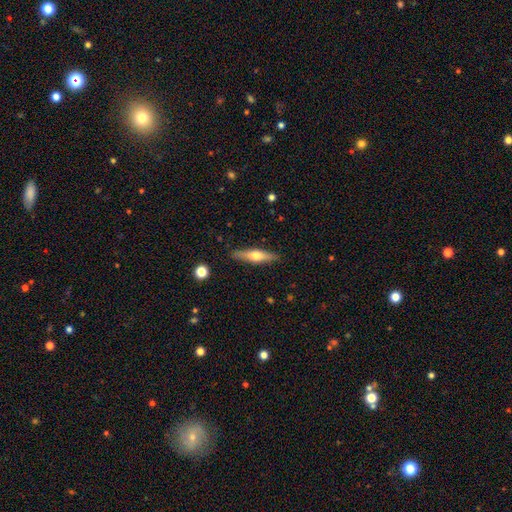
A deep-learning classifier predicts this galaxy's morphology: featured or disk 52%, smooth 42%, star or artifact 6%. Down the decision tree: edge-on disk — yes (94%); merging — none (89%).